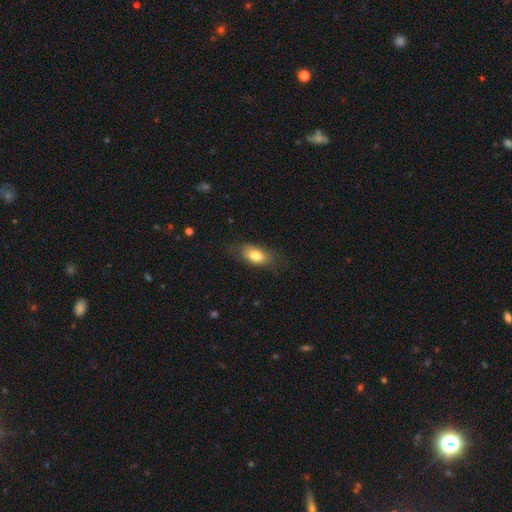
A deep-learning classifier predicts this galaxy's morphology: The model was most divided on "merging": none: 72%, minor disturbance: 20%, major disturbance: 7%, merger: 1%. More confident: how rounded — in between (86%); smooth or featured — smooth (77%).